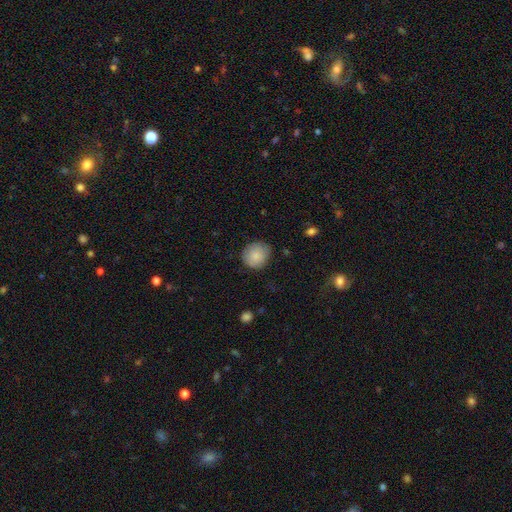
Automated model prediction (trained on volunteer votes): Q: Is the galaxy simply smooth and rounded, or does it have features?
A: smooth — 85%.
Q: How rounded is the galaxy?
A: round — 83%.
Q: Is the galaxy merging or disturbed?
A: none — 79%.